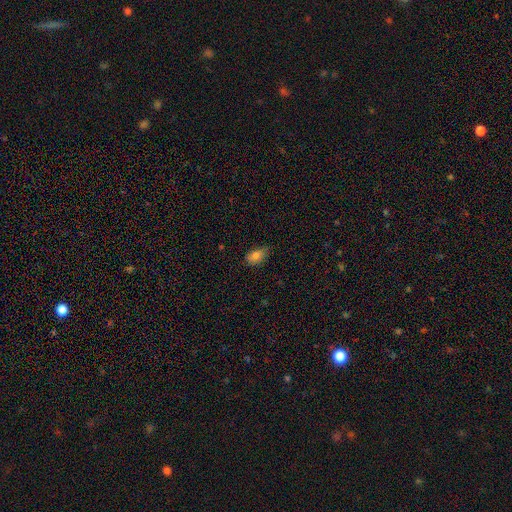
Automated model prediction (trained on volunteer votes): smooth_or_featured: smooth (p=0.80) [alt: featured or disk p=0.11]
how_rounded: in between (p=0.84) [alt: round p=0.14]
merging: none (p=0.63) [alt: minor disturbance p=0.30]